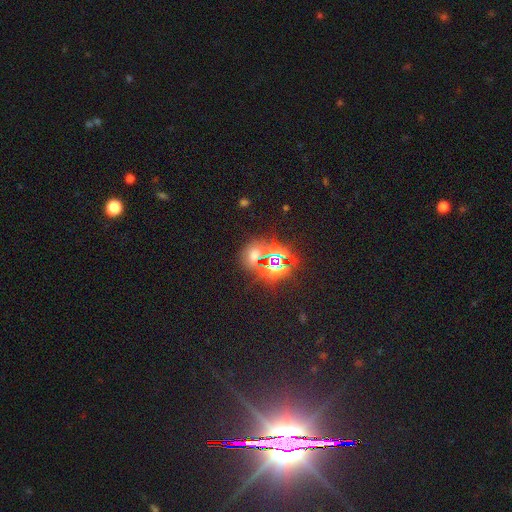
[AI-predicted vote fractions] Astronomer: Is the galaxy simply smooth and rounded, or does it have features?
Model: star or artifact — 69%.